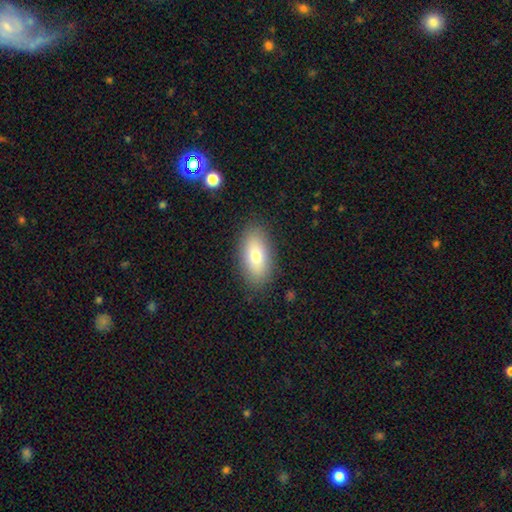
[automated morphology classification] Smooth or featured? smooth (74%)
How rounded? in between (90%)
Merging? none (86%)